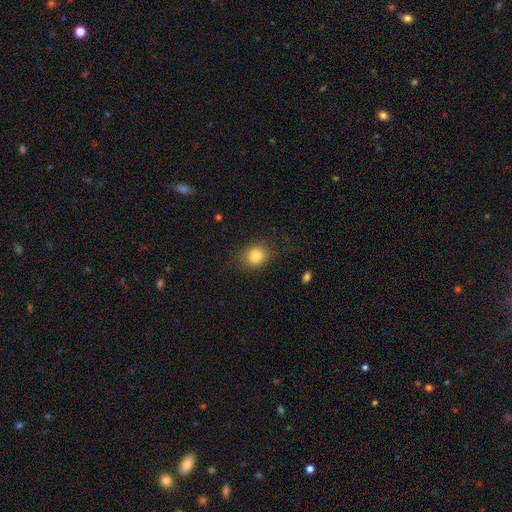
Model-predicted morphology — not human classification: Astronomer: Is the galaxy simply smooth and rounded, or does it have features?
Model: smooth — 83%.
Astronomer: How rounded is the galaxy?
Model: round — 68%.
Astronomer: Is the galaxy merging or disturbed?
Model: none — 83%.